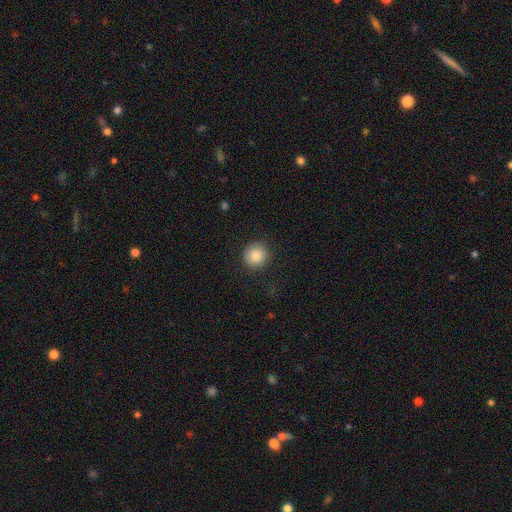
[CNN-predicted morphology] type=smooth (87%); roundness=round (92%); merging=none (89%).